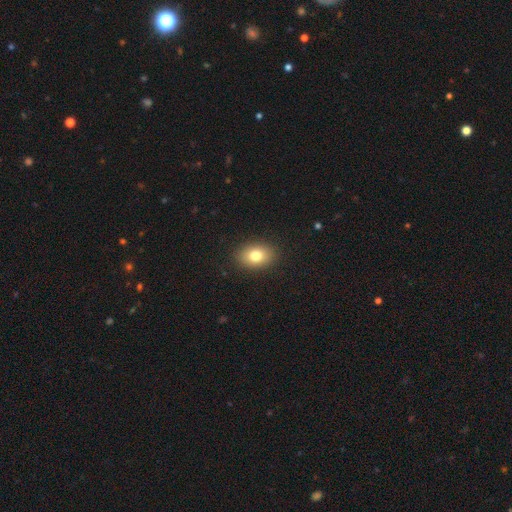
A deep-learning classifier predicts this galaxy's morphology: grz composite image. It shows a smooth galaxy with no disk features (80%) that is in between round and cigar-shaped (76%). Merging: none (89%).